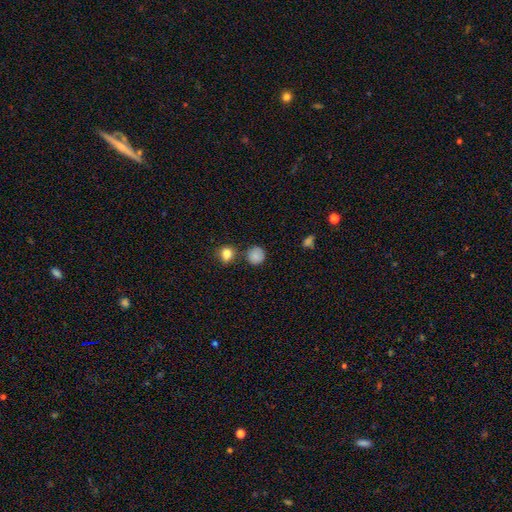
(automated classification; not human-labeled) A smooth galaxy with no disk features (84%) that is round (90%).

Vote fractions:
- Smooth or featured? smooth: 84% / star or artifact: 11% / featured or disk: 5%
- How rounded? round: 90% / in between: 9% / cigar-shaped: 1%
- Merging? none: 77% / minor disturbance: 12% / merger: 7% / major disturbance: 3%